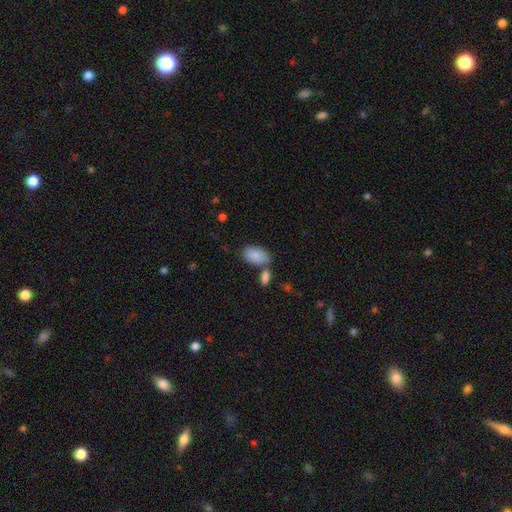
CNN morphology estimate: This appears to be a smooth galaxy with no disk features (89%) that is in between round and cigar-shaped (95%). Merging: none (61%).